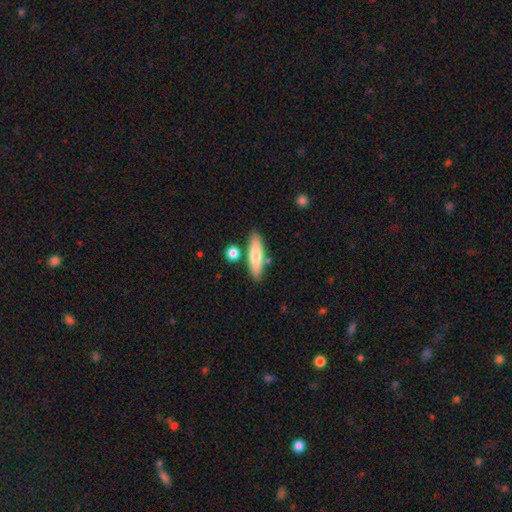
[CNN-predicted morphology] Smooth or featured? smooth (71%)
How rounded? cigar-shaped (61%)
Merging? none (79%)